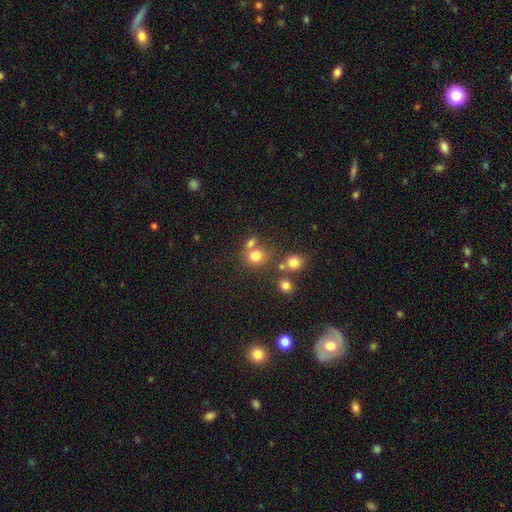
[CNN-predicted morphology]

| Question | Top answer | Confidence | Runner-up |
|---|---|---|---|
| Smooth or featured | smooth | 75% | star or artifact (15%) |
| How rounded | round | 79% | in between (20%) |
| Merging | none | 53% | merger (32%) |